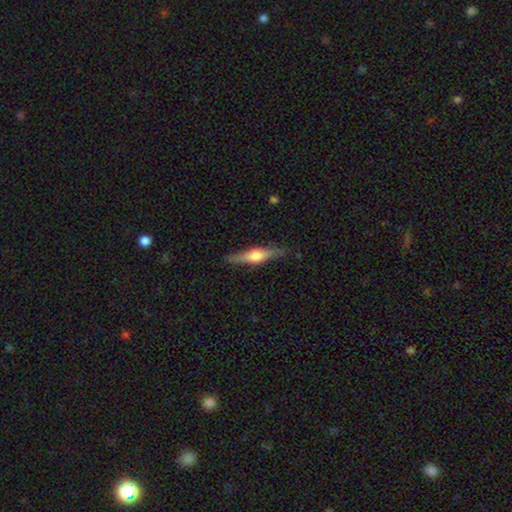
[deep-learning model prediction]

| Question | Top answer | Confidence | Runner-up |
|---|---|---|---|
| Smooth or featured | featured or disk | 66% | smooth (28%) |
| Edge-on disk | yes | 97% | no (3%) |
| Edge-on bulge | rounded | 90% | boxy (7%) |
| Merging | none | 87% | minor disturbance (10%) |